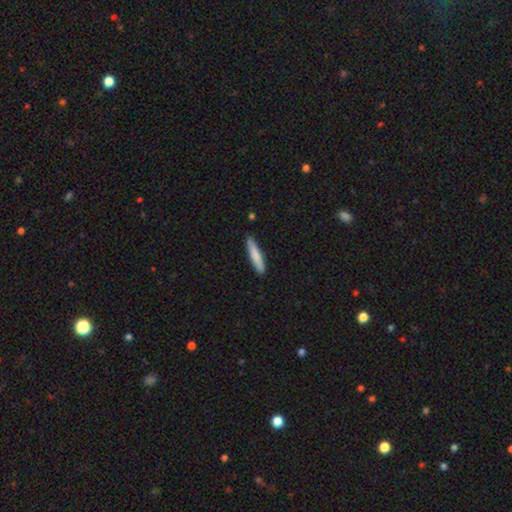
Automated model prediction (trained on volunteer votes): Morphology: type=smooth (80%); roundness=cigar-shaped (88%); merging=none (84%).